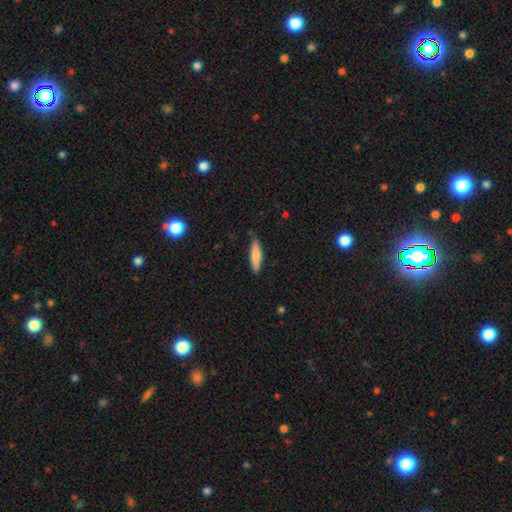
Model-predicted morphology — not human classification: smooth-or-featured: smooth: 76% | featured or disk: 18% | star or artifact: 6%
  how-rounded: cigar-shaped: 75% | in between: 24% | round: 2%
  merging: none: 84% | minor disturbance: 12% | major disturbance: 2% | merger: 1%